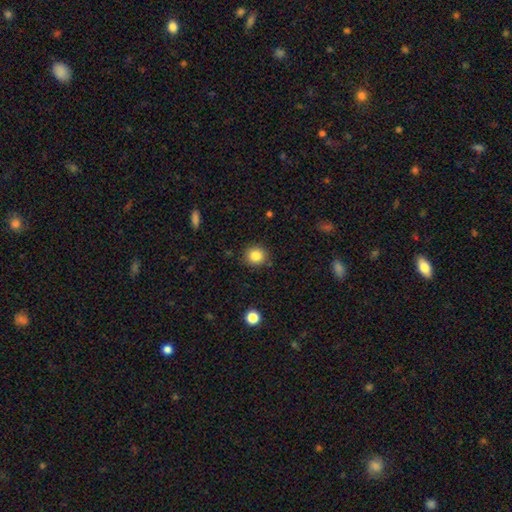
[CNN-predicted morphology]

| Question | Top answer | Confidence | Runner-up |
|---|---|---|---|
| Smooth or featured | smooth | 84% | star or artifact (11%) |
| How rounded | round | 87% | in between (12%) |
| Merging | none | 88% | minor disturbance (8%) |